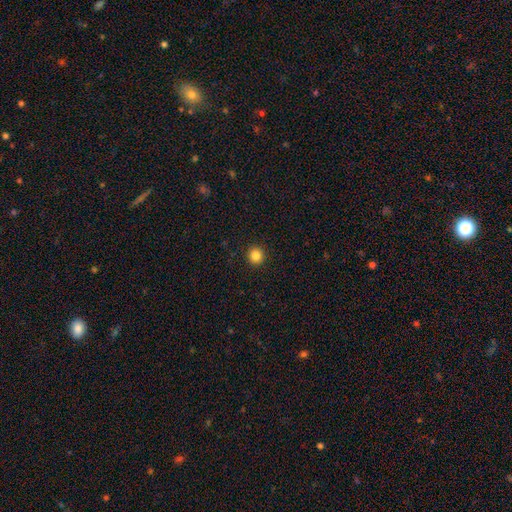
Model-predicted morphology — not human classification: A smooth galaxy with no disk features (84%) that is round (93%).

Vote fractions:
- Smooth or featured? smooth: 84% / star or artifact: 11% / featured or disk: 4%
- How rounded? round: 93% / in between: 6% / cigar-shaped: 1%
- Merging? none: 93% / minor disturbance: 5% / major disturbance: 2% / merger: 1%